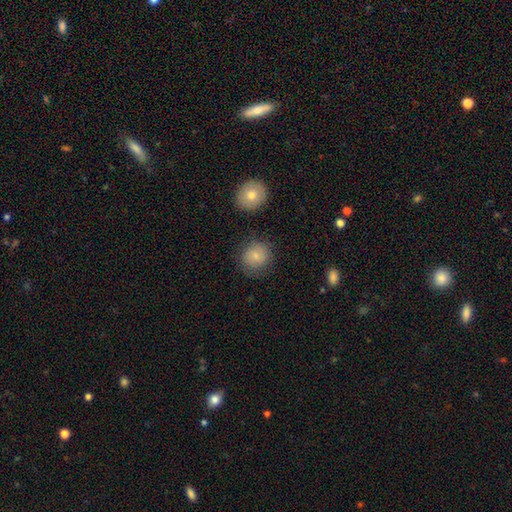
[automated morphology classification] smooth-or-featured: smooth: 84% | star or artifact: 8% | featured or disk: 8%
  how-rounded: round: 86% | in between: 13% | cigar-shaped: 1%
  merging: none: 80% | minor disturbance: 12% | major disturbance: 4% | merger: 3%